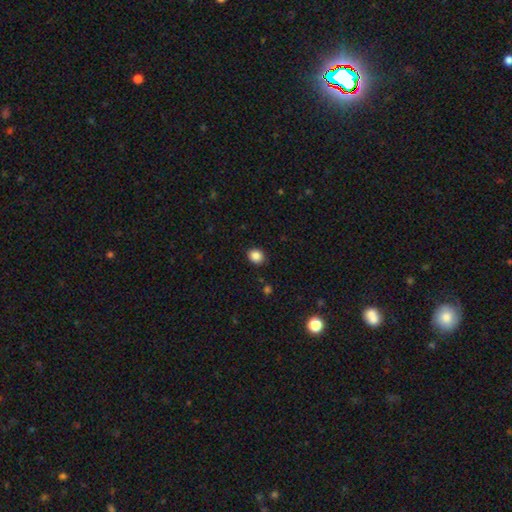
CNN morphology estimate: This appears to be a smooth galaxy with no disk features (87%) that is round (70%). Merging: none (90%).